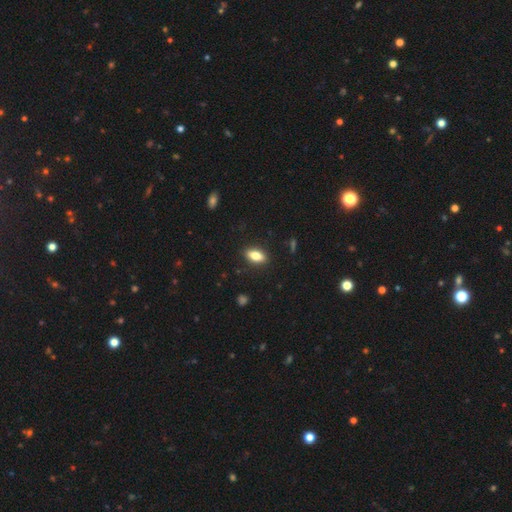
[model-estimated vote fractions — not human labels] This appears to be a smooth galaxy with no disk features (77%) that is in between round and cigar-shaped (83%). Merging: none (88%).